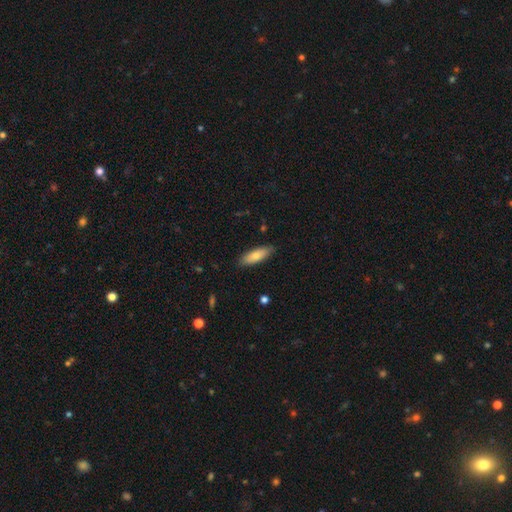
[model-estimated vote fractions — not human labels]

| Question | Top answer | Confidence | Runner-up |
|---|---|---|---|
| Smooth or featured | smooth | 76% | featured or disk (18%) |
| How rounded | in between | 60% | cigar-shaped (38%) |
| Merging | none | 86% | minor disturbance (11%) |